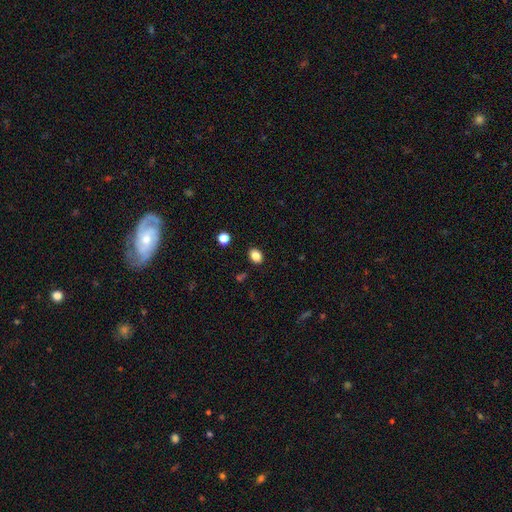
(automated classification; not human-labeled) Smooth or featured: smooth — 84% (star or artifact — 10%)
How rounded: in between — 67% (round — 32%)
Merging: none — 88% (minor disturbance — 8%)